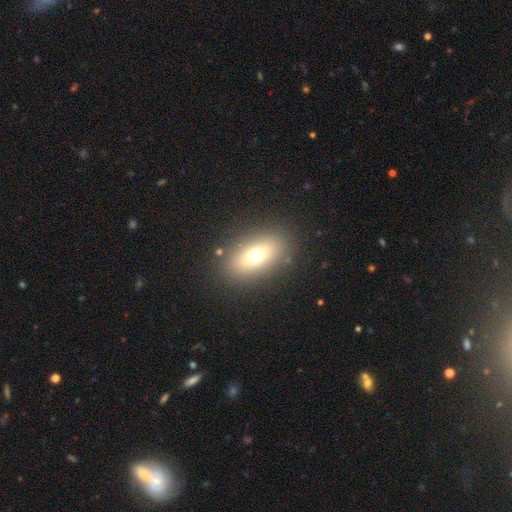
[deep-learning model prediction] A smooth galaxy with no disk features (65%) that is in between round and cigar-shaped (75%). Merging: none (85%).